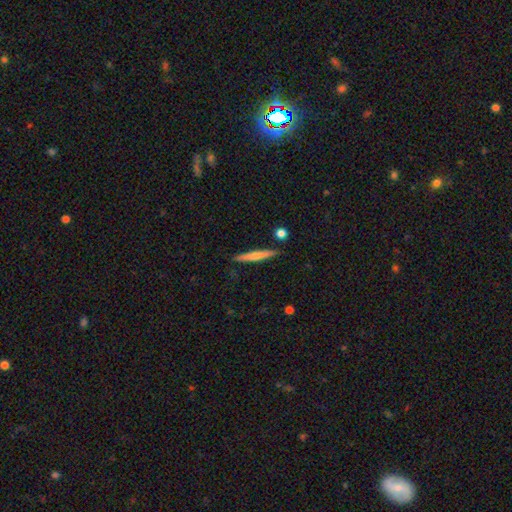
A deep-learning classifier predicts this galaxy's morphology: Smooth or featured? smooth (58%)
How rounded? cigar-shaped (94%)
Merging? none (88%)